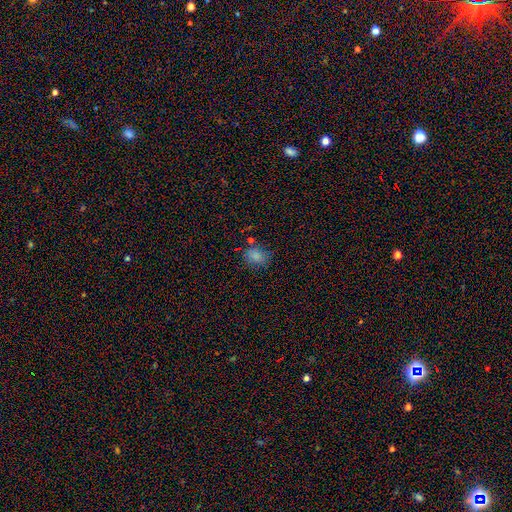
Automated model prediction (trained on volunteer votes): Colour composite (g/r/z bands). It shows a smooth galaxy with no disk features (78%) that is round (55%). Merging: none (72%).